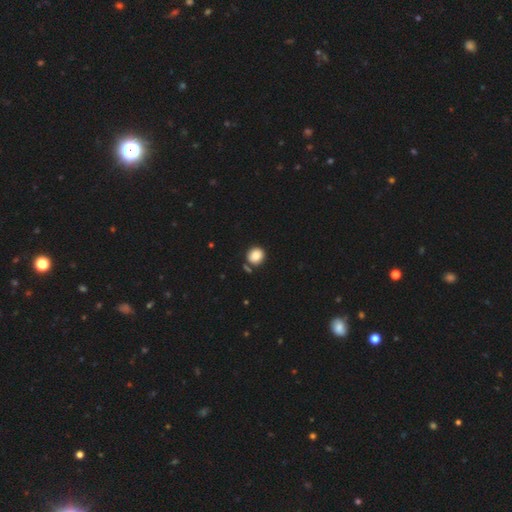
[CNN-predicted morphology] A smooth galaxy with no disk features (86%) that is round (82%). Merging: none (76%).